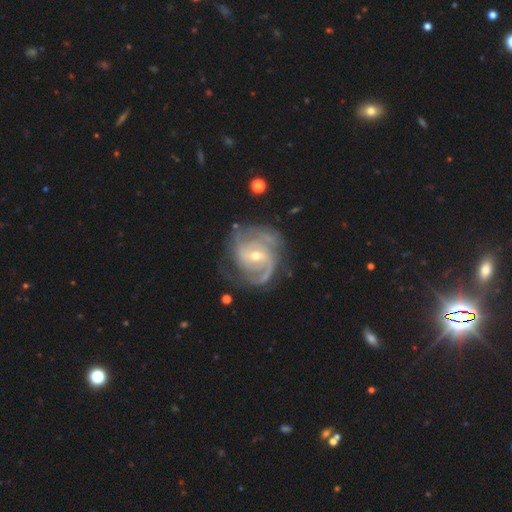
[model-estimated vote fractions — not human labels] Morphology: type=featured or disk (90%); edge-on=no (98%); bar=weak (43%); spiral arms=yes (97%); winding=tight (55%); arm count=2 (39%); bulge=small (52%); merging=none (67%).